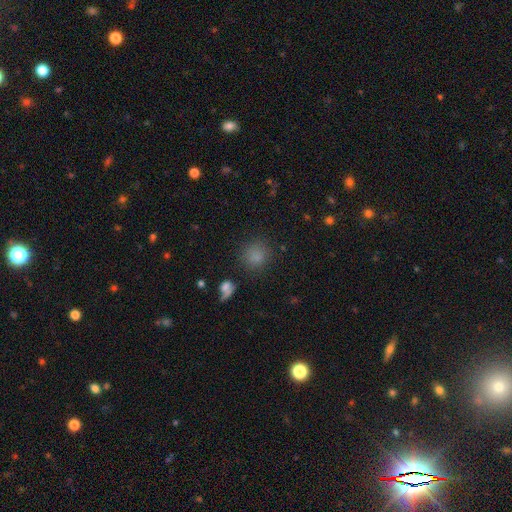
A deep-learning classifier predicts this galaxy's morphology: Smooth or featured?
  - smooth: 79% *
  - star or artifact: 15%
  - featured or disk: 6%
How rounded?
  - round: 85% *
  - in between: 13%
  - cigar-shaped: 1%
Merging?
  - none: 78% *
  - minor disturbance: 12%
  - major disturbance: 6%
  - merger: 5%